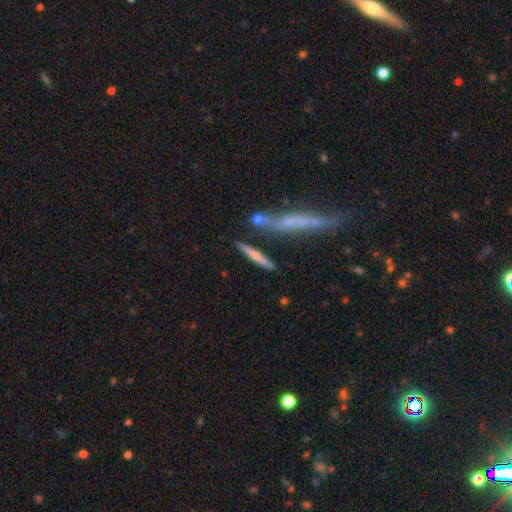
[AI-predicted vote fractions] Morphology: type=smooth (53%); roundness=cigar-shaped (88%); merging=none (71%).